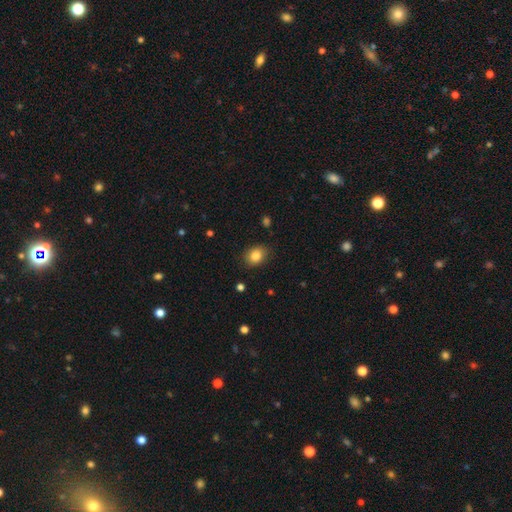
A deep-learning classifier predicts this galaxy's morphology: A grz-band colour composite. It shows a smooth galaxy with no disk features (83%) that is in between round and cigar-shaped (51%). Merging: none (86%).